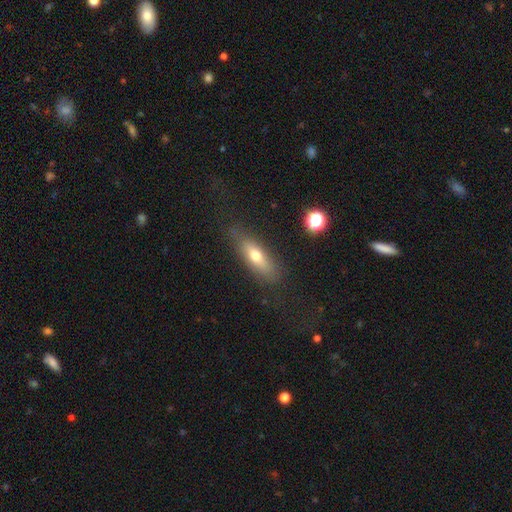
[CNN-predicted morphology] Smooth or featured?
  - smooth: 63% *
  - featured or disk: 29%
  - star or artifact: 8%
How rounded?
  - cigar-shaped: 48% * (tied)
  - in between: 48% * (tied)
  - round: 3%
Merging?
  - none: 80% *
  - minor disturbance: 14%
  - major disturbance: 4%
  - merger: 2%